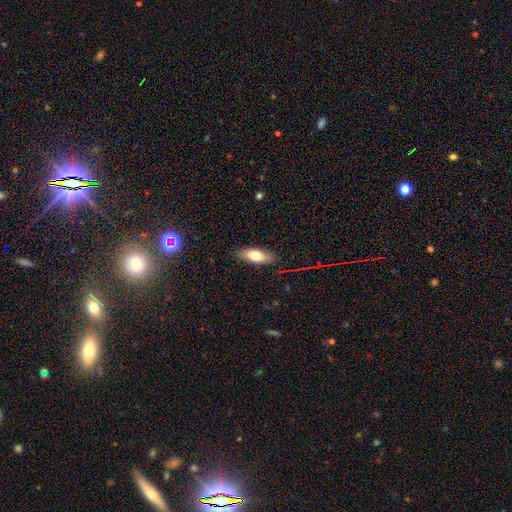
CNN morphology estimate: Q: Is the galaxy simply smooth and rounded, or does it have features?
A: smooth — 71%.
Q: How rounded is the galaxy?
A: in between — 73%.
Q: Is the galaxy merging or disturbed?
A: none — 86%.